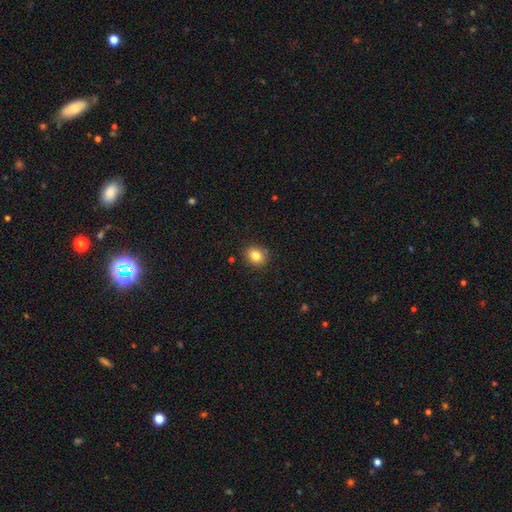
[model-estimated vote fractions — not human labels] Q: Smooth or featured?
A: smooth (83%); runner-up: star or artifact (11%)
Q: How rounded?
A: round (67%); runner-up: in between (32%)
Q: Merging?
A: none (87%); runner-up: minor disturbance (9%)